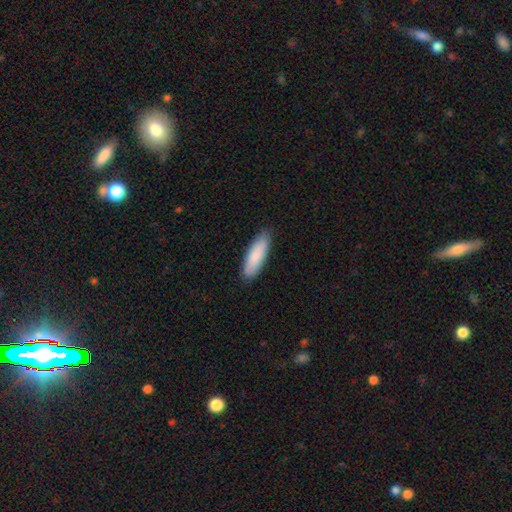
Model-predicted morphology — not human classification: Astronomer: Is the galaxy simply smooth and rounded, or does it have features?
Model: smooth — 86%.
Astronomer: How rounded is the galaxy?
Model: cigar-shaped — 51% (runner-up: in between, 47%).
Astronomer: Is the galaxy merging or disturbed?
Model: none — 87%.